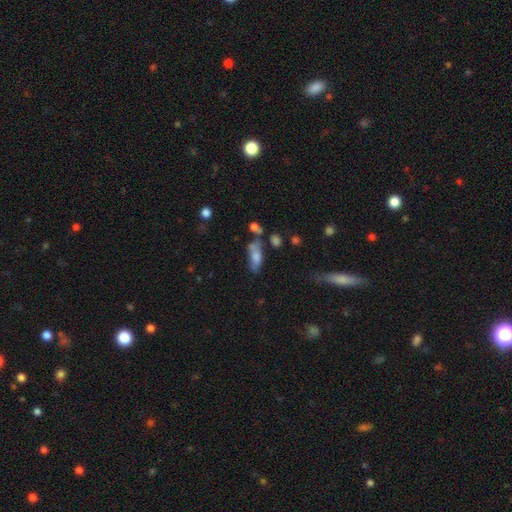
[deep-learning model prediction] Q: Smooth or featured?
A: smooth (69%); runner-up: featured or disk (23%)
Q: How rounded?
A: in between (72%); runner-up: cigar-shaped (25%)
Q: Merging?
A: none (49%); runner-up: minor disturbance (23%)